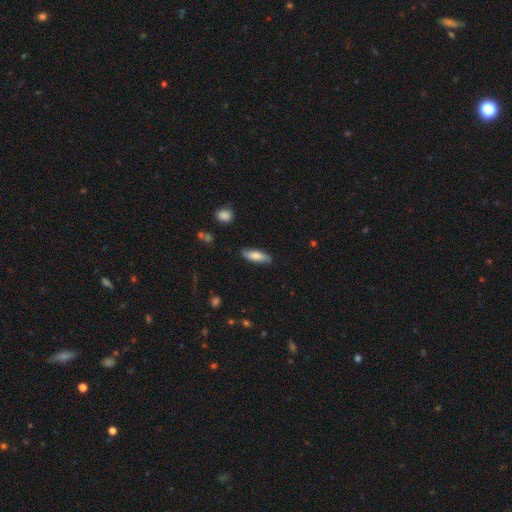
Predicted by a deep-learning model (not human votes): smooth-or-featured: smooth: 79% | featured or disk: 15% | star or artifact: 6%
  how-rounded: in between: 55% | cigar-shaped: 43% | round: 2%
  merging: none: 83% | minor disturbance: 13% | major disturbance: 2% | merger: 1%